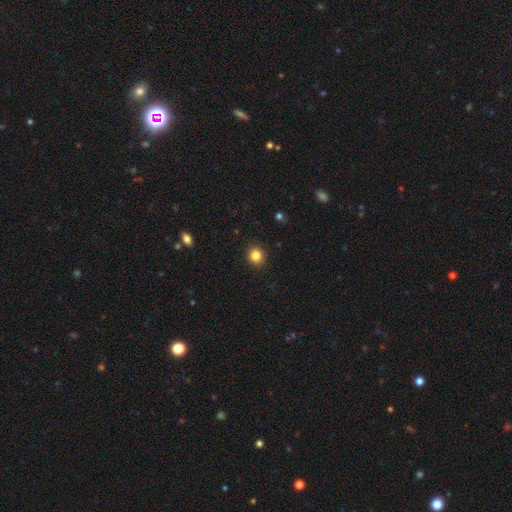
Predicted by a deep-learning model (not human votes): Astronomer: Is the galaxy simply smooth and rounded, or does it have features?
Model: smooth — 84%.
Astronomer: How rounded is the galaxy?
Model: round — 90%.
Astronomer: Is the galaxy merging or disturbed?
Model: none — 92%.